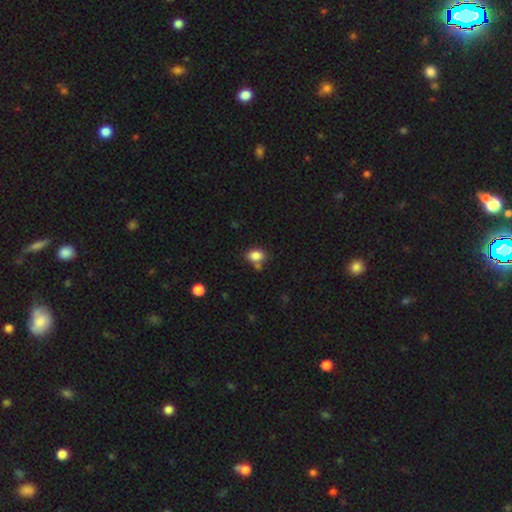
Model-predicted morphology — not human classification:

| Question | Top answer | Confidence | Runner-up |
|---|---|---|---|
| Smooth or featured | smooth | 85% | star or artifact (10%) |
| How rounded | in between | 75% | round (24%) |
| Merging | none | 65% | minor disturbance (16%) |